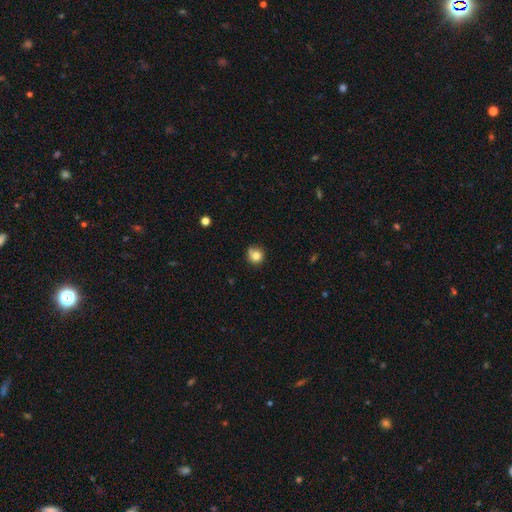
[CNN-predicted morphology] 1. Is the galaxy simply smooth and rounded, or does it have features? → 82% smooth, 11% star or artifact, 8% featured or disk.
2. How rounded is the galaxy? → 89% round, 10% in between, 1% cigar-shaped.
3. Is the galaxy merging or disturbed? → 69% none, 22% minor disturbance, 5% major disturbance, 5% merger.